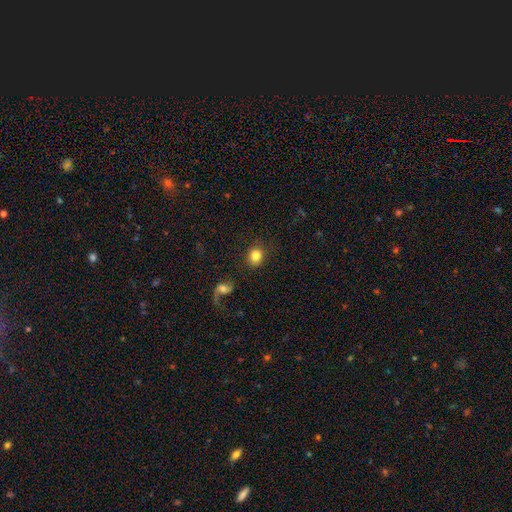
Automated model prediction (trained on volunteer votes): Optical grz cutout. It shows a smooth galaxy with no disk features (83%) that is round (74%). Merging: none (81%).